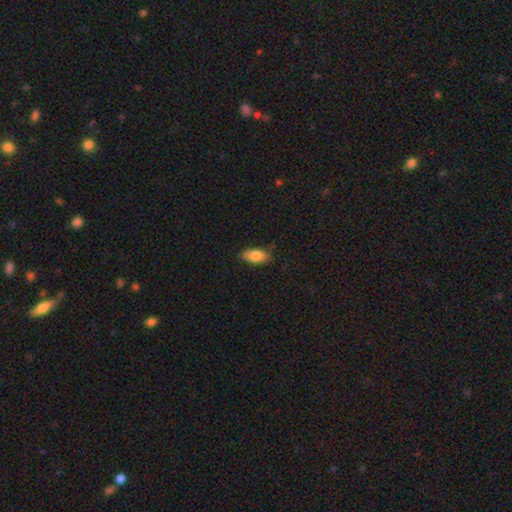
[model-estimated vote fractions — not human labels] smooth_or_featured: smooth (p=0.82) [alt: featured or disk p=0.11]
how_rounded: in between (p=0.88) [alt: cigar-shaped p=0.09]
merging: none (p=0.83) [alt: minor disturbance p=0.13]